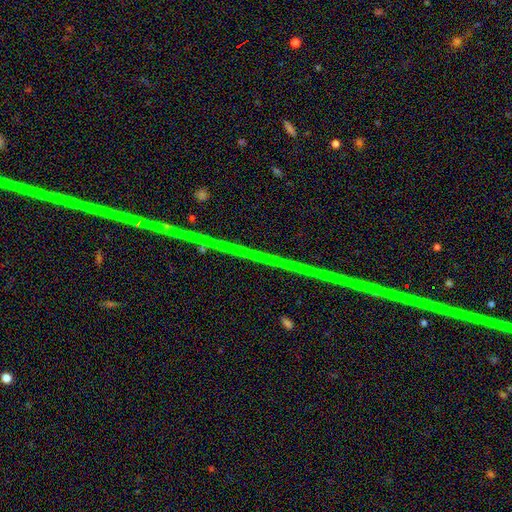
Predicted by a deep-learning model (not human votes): This appears to be a star or artifact, not a galaxy (78%).